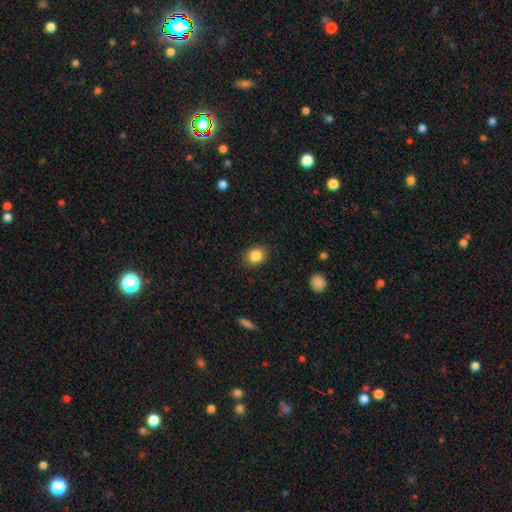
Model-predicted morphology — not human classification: type=smooth (85%); roundness=round (62%); merging=none (89%).